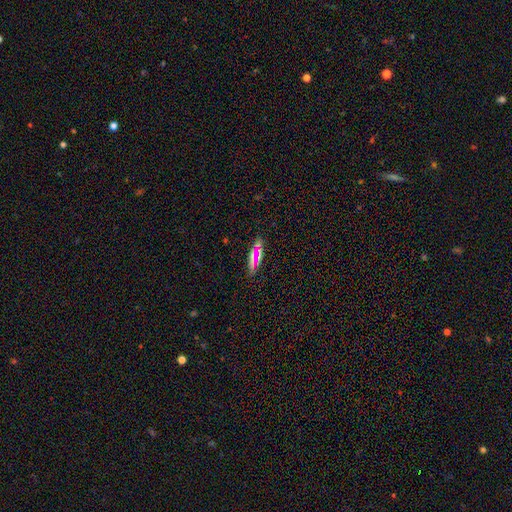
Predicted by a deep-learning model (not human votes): The model was most divided on "how rounded": in between: 57%, cigar-shaped: 35%, round: 8%. More confident: merging — none (78%); smooth or featured — smooth (59%).